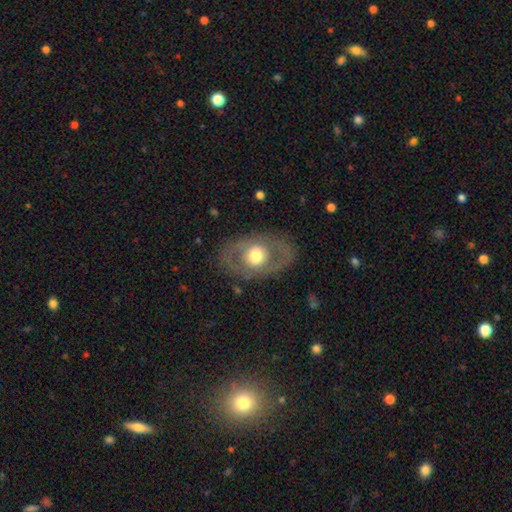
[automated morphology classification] Q: Smooth or featured?
A: featured or disk (56%); runner-up: smooth (38%)
Q: Edge-on disk?
A: no (91%); runner-up: yes (9%)
Q: Bar?
A: no (78%); runner-up: weak (17%)
Q: Spiral arms?
A: no (70%); runner-up: yes (30%)
Q: Bulge size?
A: moderate (56%); runner-up: large (33%)
Q: Merging?
A: none (78%); runner-up: minor disturbance (13%)